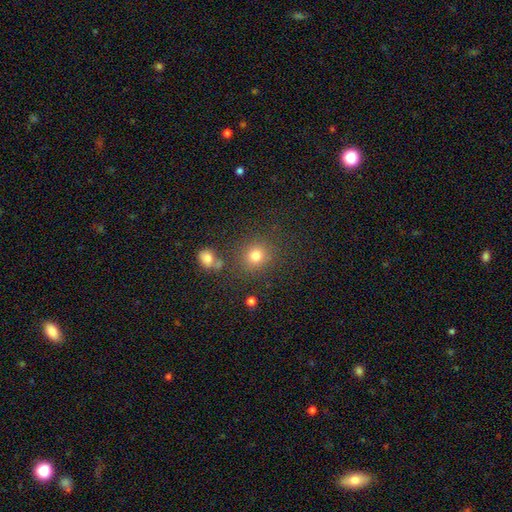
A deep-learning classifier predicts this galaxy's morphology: Smooth or featured: smooth — 78% (star or artifact — 16%)
How rounded: round — 86% (in between — 13%)
Merging: none — 80% (minor disturbance — 10%)